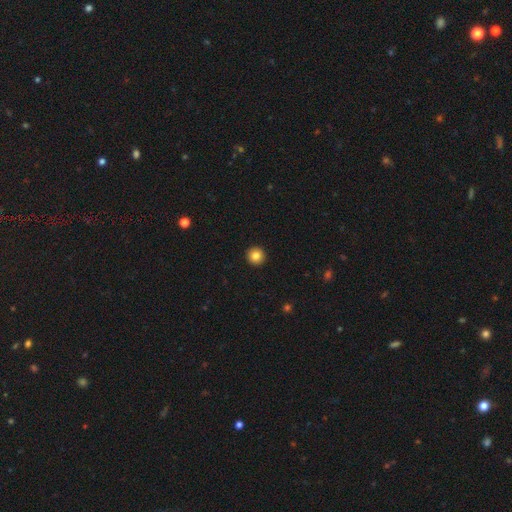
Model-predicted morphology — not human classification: Overall: smooth (84%). How rounded: round (95%). Merging: none (94%).